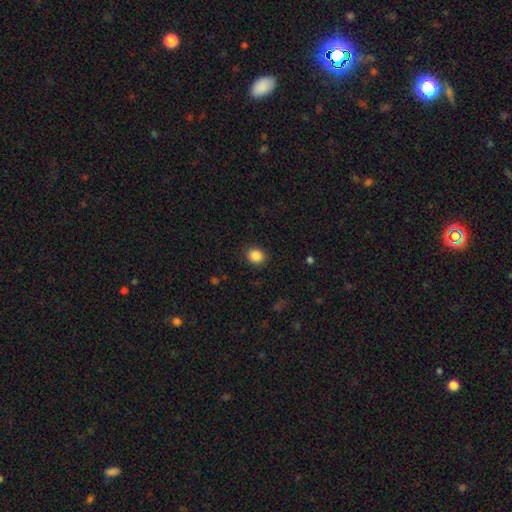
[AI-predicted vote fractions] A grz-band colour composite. It shows a smooth galaxy with no disk features (87%) that is round (70%). Merging: none (89%).